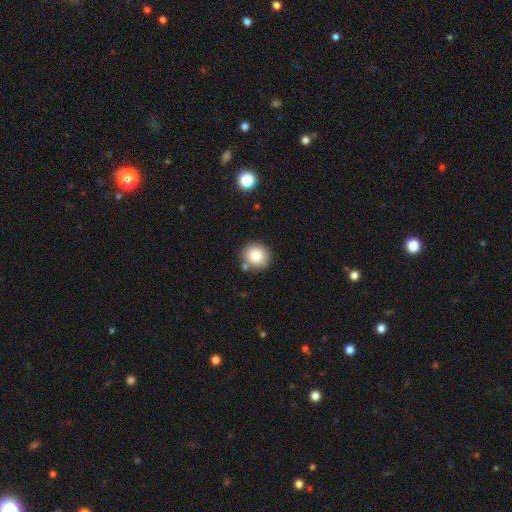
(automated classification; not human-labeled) smooth_or_featured: smooth (p=0.82) [alt: star or artifact p=0.10]
how_rounded: round (p=0.88) [alt: in between p=0.11]
merging: none (p=0.78) [alt: minor disturbance p=0.11]